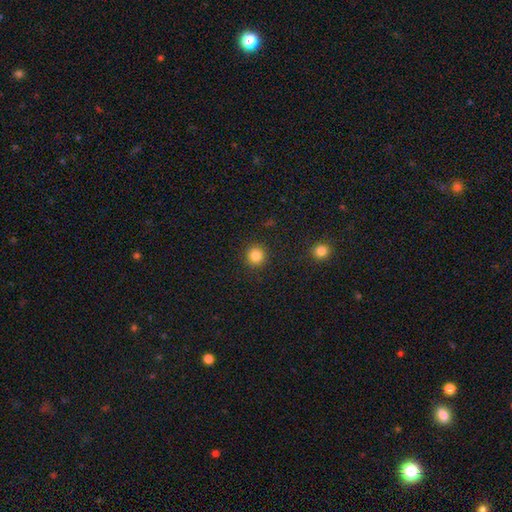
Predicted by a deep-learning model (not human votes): A smooth galaxy with no disk features (84%) that is round (94%).

Vote fractions:
- Smooth or featured? smooth: 84% / star or artifact: 11% / featured or disk: 5%
- How rounded? round: 94% / in between: 5% / cigar-shaped: 1%
- Merging? none: 92% / minor disturbance: 5% / major disturbance: 2% / merger: 1%